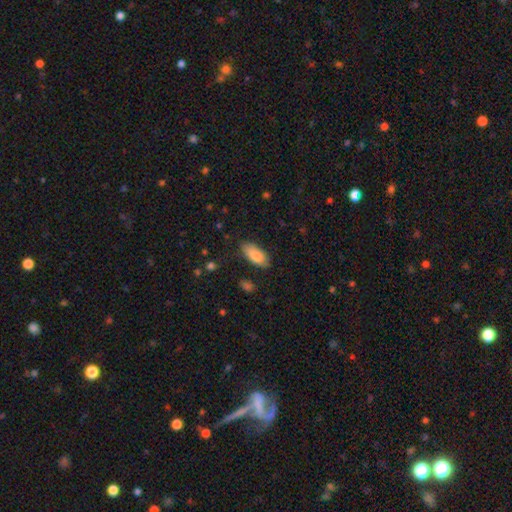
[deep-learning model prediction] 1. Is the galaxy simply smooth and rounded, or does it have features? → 85% smooth, 9% featured or disk, 6% star or artifact.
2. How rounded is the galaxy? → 86% in between, 12% cigar-shaped, 2% round.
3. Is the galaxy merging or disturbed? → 81% none, 14% minor disturbance, 3% major disturbance, 2% merger.